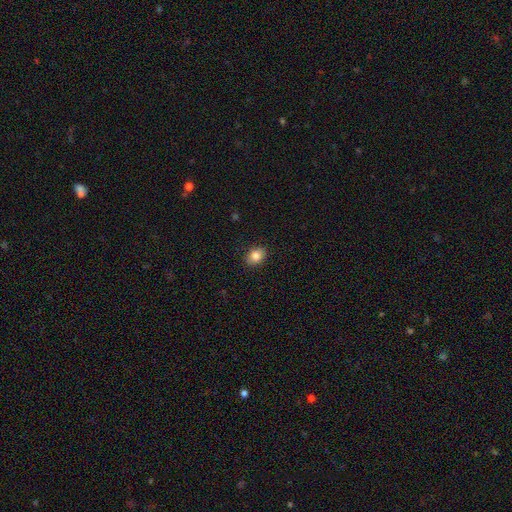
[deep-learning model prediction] Morphology: type=smooth (84%); roundness=in between (64%); merging=none (89%).